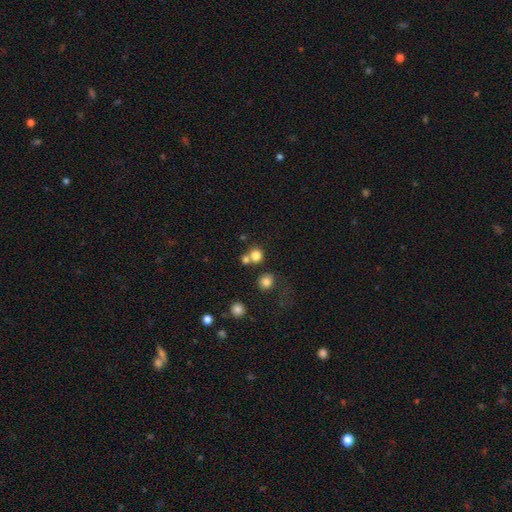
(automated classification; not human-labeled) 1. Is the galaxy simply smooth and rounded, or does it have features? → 79% smooth, 13% star or artifact, 8% featured or disk.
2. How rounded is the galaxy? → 88% round, 11% in between, 1% cigar-shaped.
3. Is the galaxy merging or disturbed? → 58% none, 31% merger, 7% minor disturbance, 3% major disturbance.